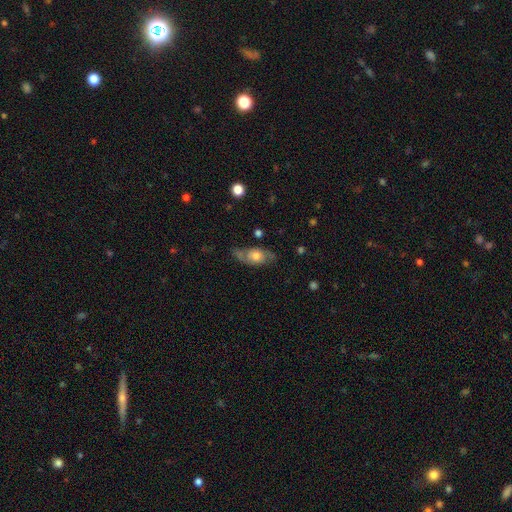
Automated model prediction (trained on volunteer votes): Smooth or featured: featured or disk — 46% (tied with smooth — 46%)
Merging: none — 61% (minor disturbance — 25%)